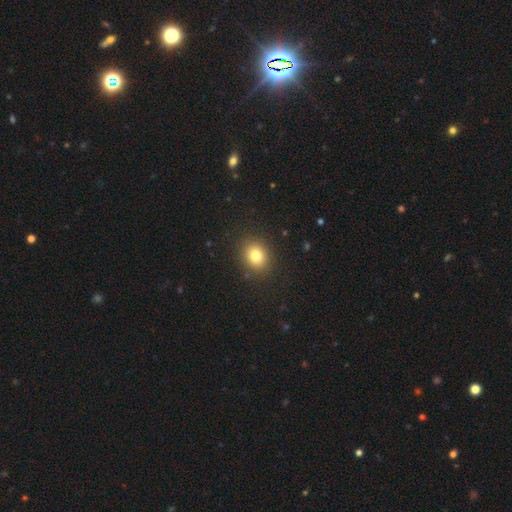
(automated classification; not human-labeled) Smooth or featured? smooth (79%)
How rounded? round (67%)
Merging? none (89%)